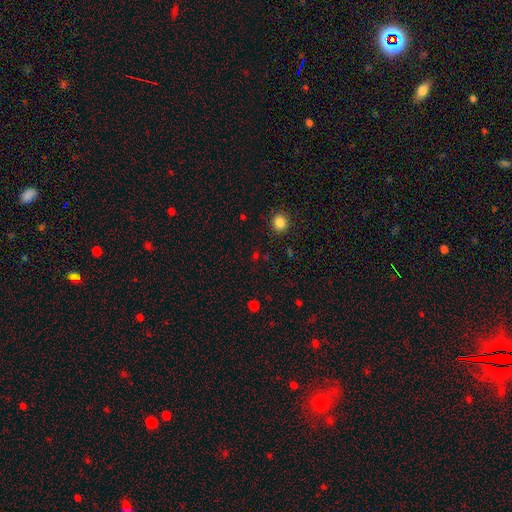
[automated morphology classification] Overall: smooth (62%; star or artifact 33%). How rounded: round (75%). Merging: none (84%).